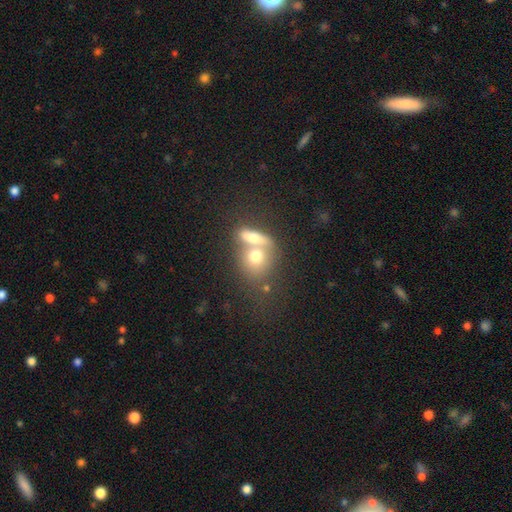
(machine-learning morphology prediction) Overall: smooth (61%; featured or disk 29%). How rounded: round (48%; in between 44%). Merging: merger (62%; none 25%).